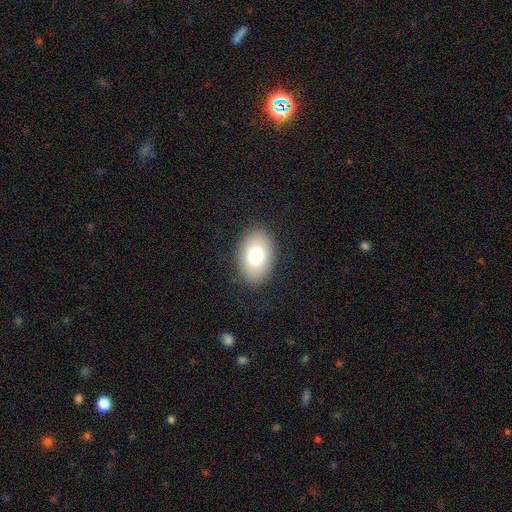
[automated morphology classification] smooth 76%, featured or disk 14%, star or artifact 9%. Down the decision tree: how rounded — in between (84%); merging — none (88%).